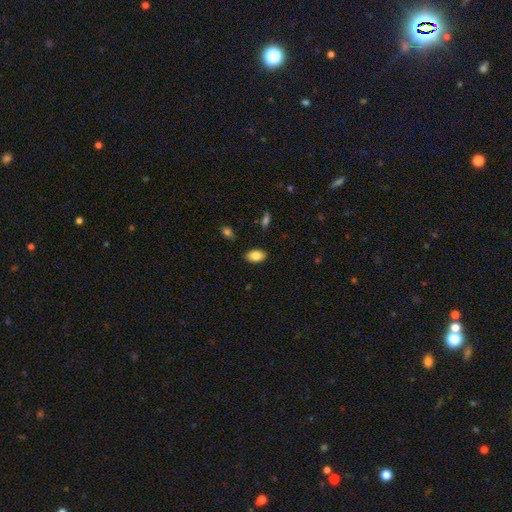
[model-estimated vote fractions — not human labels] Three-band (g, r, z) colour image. It shows a smooth galaxy with no disk features (85%) that is in between round and cigar-shaped (91%). Merging: none (86%).